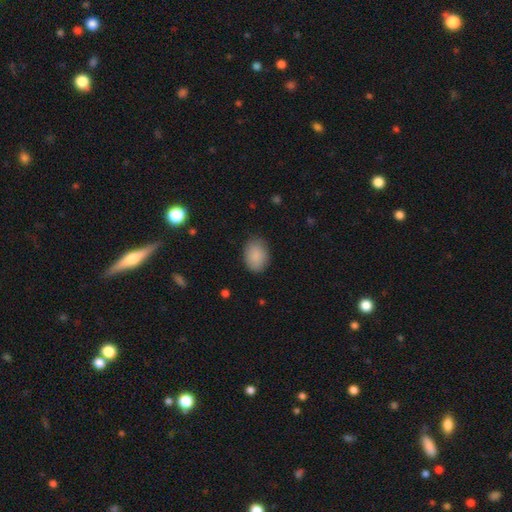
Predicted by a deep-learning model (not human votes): Smooth or featured? Predicted: smooth (p=0.88). How rounded? Predicted: in between (p=0.73). Merging? Predicted: none (p=0.83).